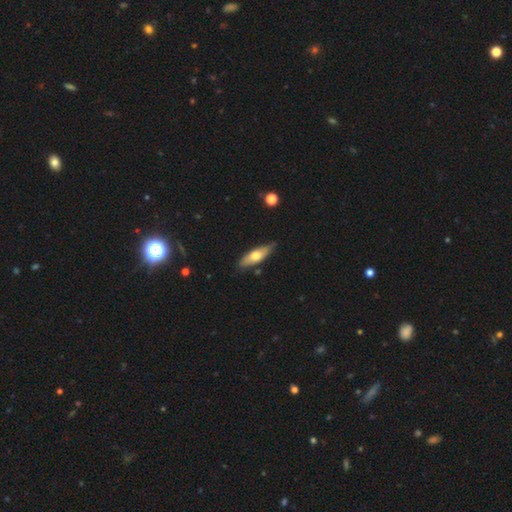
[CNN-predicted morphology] This is possibly a smooth galaxy (57%). How rounded: possibly in between (52%). Merging: likely none (79%).